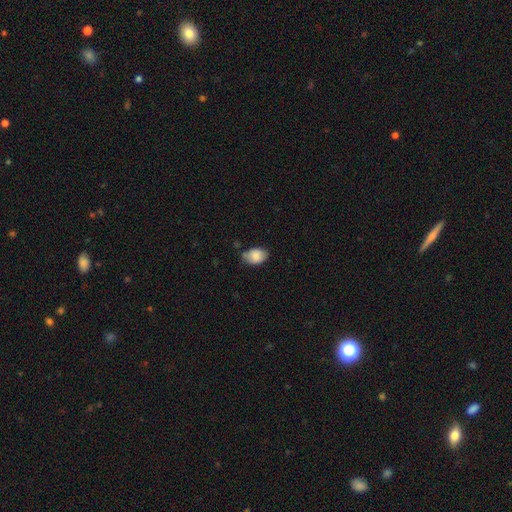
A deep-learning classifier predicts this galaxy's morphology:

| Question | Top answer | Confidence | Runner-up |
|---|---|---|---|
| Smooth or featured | smooth | 84% | featured or disk (8%) |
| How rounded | in between | 85% | round (14%) |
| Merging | none | 65% | minor disturbance (27%) |